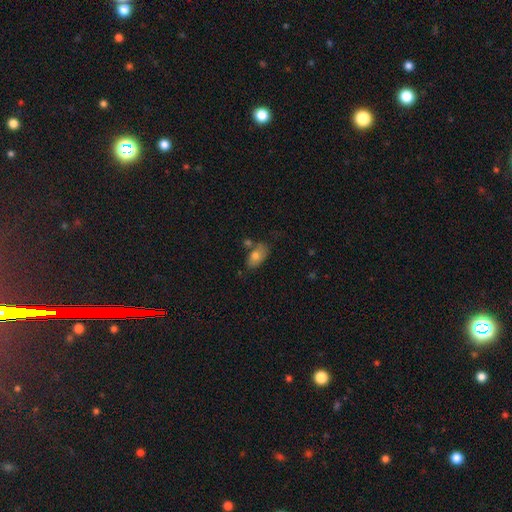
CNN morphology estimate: This is likely a smooth galaxy (76%). How rounded: clearly in between (90%). Merging: likely none (61%).